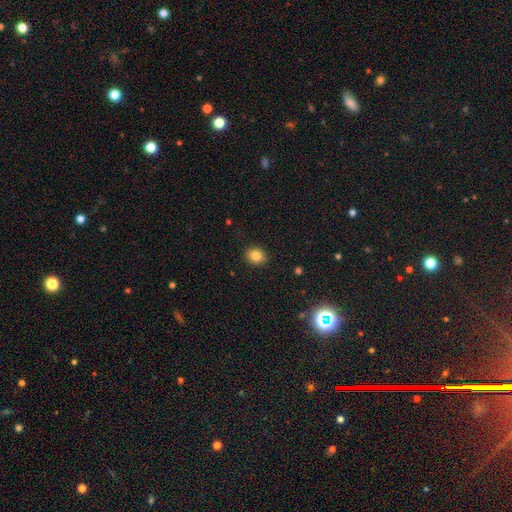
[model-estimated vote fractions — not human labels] The model was most divided on "how rounded": round: 64%, in between: 35%, cigar-shaped: 1%. More confident: merging — none (89%); smooth or featured — smooth (84%).